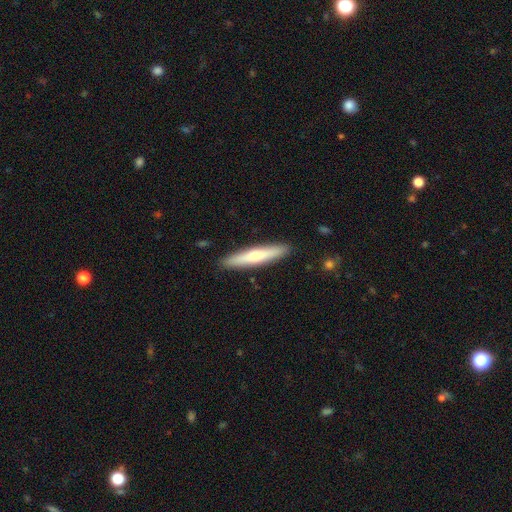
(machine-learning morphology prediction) This is possibly a smooth galaxy (54%). How rounded: clearly cigar-shaped (89%). Merging: clearly none (91%).